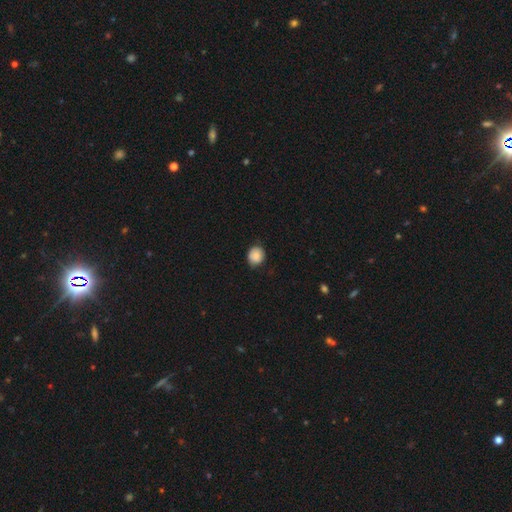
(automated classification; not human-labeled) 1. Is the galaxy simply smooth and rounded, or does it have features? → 85% smooth, 8% star or artifact, 7% featured or disk.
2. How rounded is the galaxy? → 77% round, 22% in between, 1% cigar-shaped.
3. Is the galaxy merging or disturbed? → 81% none, 16% minor disturbance, 2% major disturbance, 1% merger.